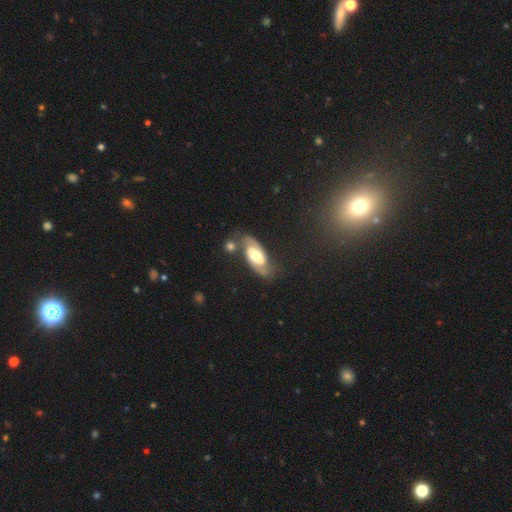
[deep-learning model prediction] smooth_or_featured: featured or disk (p=0.72) [alt: smooth p=0.22]
disk_edge_on: no (p=0.91) [alt: yes p=0.09]
bar: no (p=0.50) [alt: weak p=0.35]
has_spiral_arms: yes (p=0.89) [alt: no p=0.11]
spiral_winding: medium (p=0.45) [alt: tight p=0.34]
spiral_arm_count: 2 (p=0.87) [alt: can't tell p=0.08]
bulge_size: moderate (p=0.63) [alt: large p=0.24]
merging: none (p=0.63) [alt: minor disturbance p=0.18]